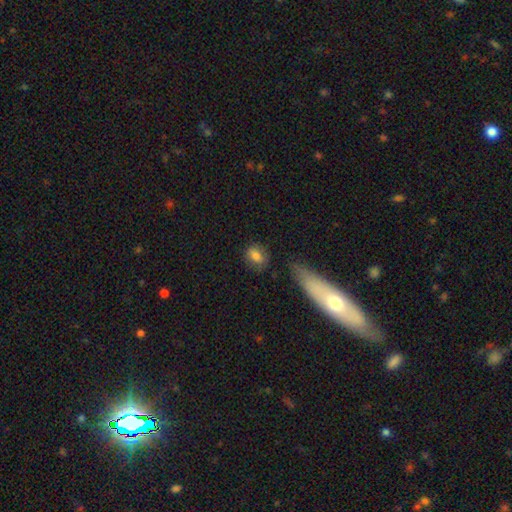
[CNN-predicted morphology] Smooth or featured? Predicted: smooth (p=0.80). How rounded? Predicted: in between (p=0.58). Merging? Predicted: none (p=0.71).